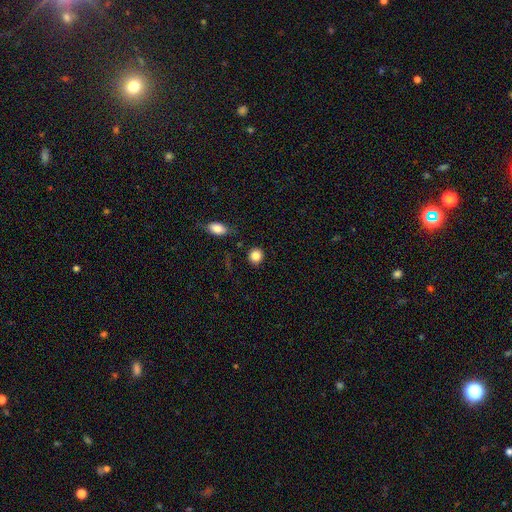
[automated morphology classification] Smooth or featured: smooth — 86% (star or artifact — 9%)
How rounded: round — 82% (in between — 16%)
Merging: none — 85% (minor disturbance — 9%)